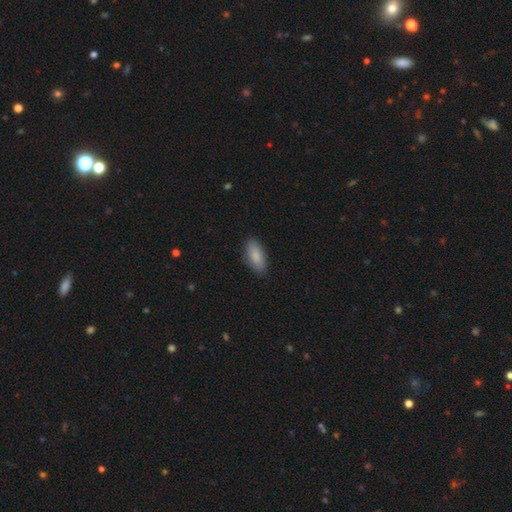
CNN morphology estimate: Q: Smooth or featured?
A: smooth (87%); runner-up: featured or disk (7%)
Q: How rounded?
A: in between (86%); runner-up: cigar-shaped (12%)
Q: Merging?
A: none (87%); runner-up: minor disturbance (10%)